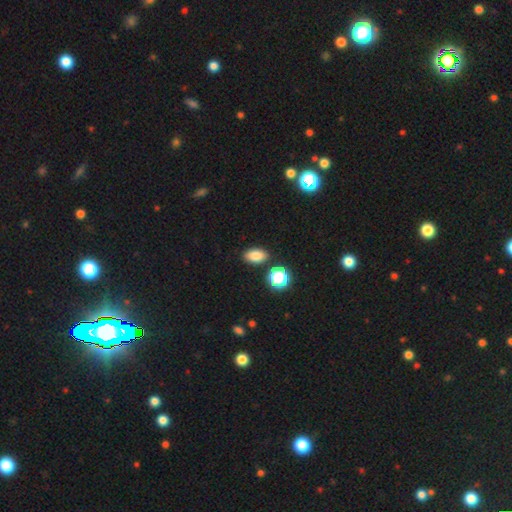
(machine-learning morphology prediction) This appears to be a smooth galaxy with no disk features (83%) that is in between round and cigar-shaped (87%). Merging: none (82%).